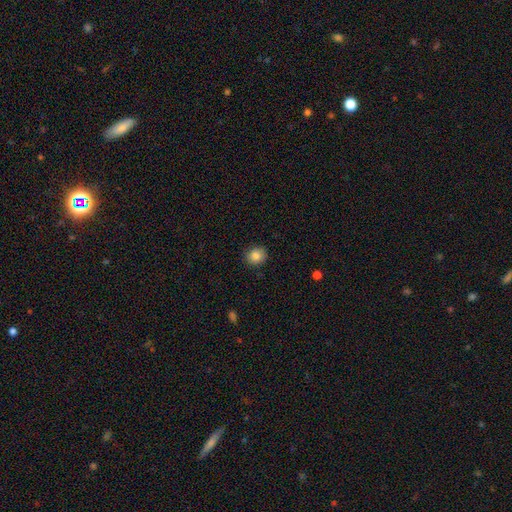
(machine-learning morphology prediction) Smooth or featured?
  - smooth: 86% *
  - star or artifact: 9%
  - featured or disk: 5%
How rounded?
  - round: 80% *
  - in between: 19%
  - cigar-shaped: 1%
Merging?
  - none: 88% *
  - minor disturbance: 9%
  - major disturbance: 2%
  - merger: 1%